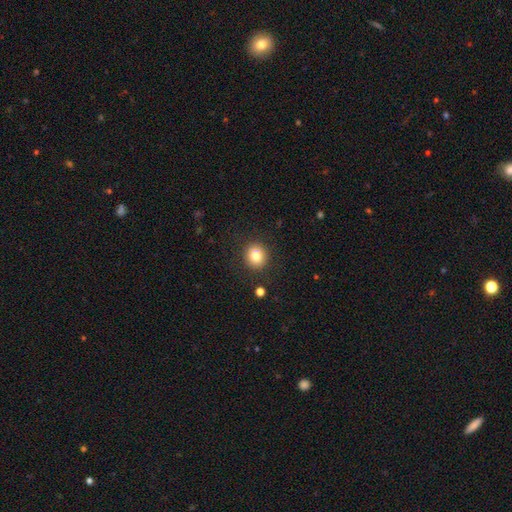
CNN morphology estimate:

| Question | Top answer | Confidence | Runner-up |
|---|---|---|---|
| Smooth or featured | smooth | 82% | star or artifact (10%) |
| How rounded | round | 84% | in between (15%) |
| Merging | none | 89% | minor disturbance (7%) |